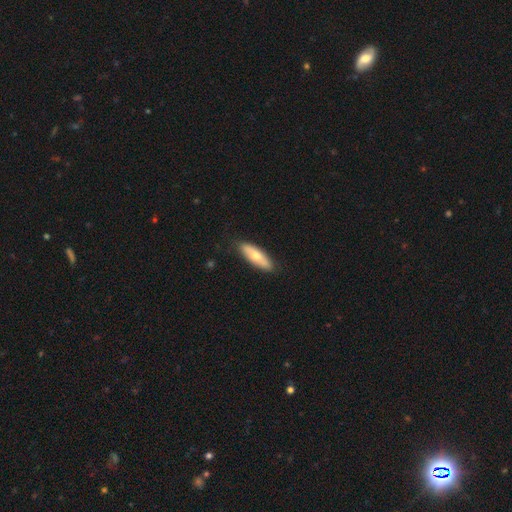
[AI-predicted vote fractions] Smooth or featured? Predicted: smooth (p=0.60). How rounded? Predicted: in between (p=0.57). Merging? Predicted: none (p=0.85).